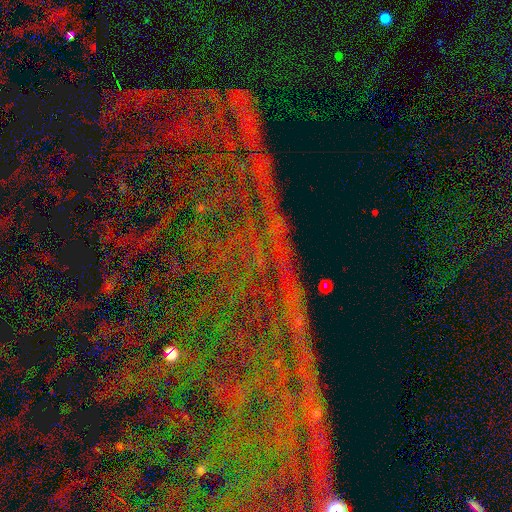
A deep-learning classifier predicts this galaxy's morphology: Smooth or featured?
  - star or artifact: 82% *
  - featured or disk: 10%
  - smooth: 8%